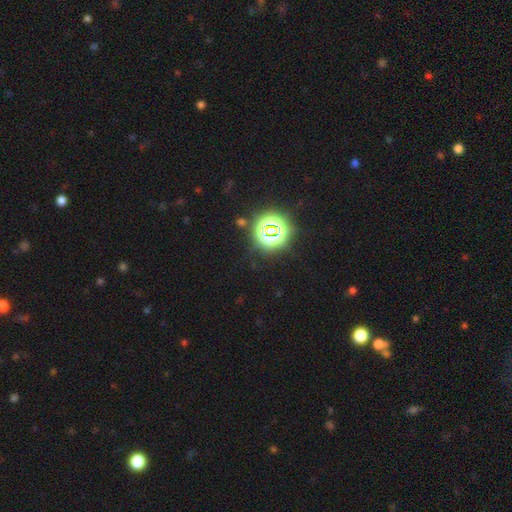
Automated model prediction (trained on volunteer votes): Smooth or featured?
  - star or artifact: 84% *
  - smooth: 10%
  - featured or disk: 5%